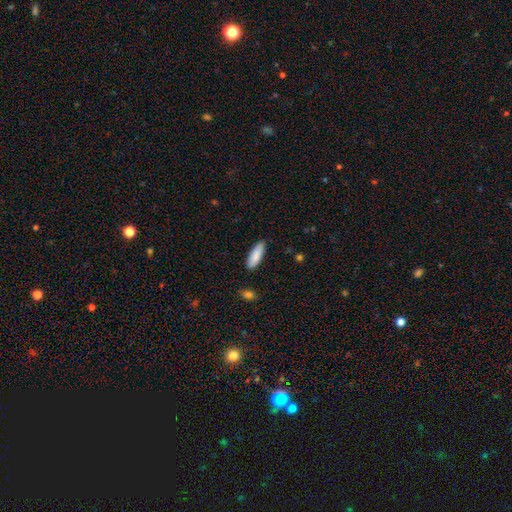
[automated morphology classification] Overall: smooth (87%). How rounded: in between (54%; cigar-shaped 45%). Merging: none (86%).